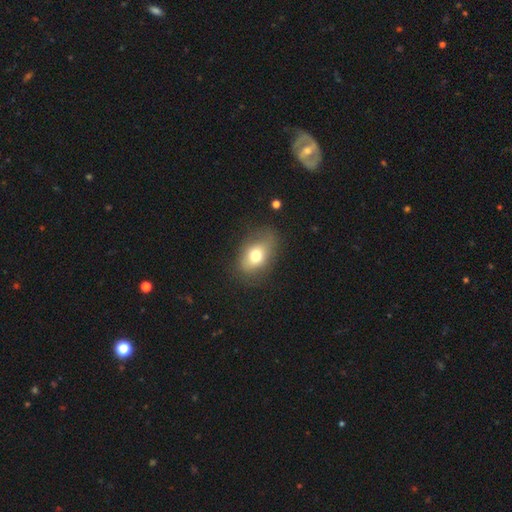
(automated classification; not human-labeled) Smooth or featured? smooth (71%)
How rounded? in between (80%)
Merging? none (67%)